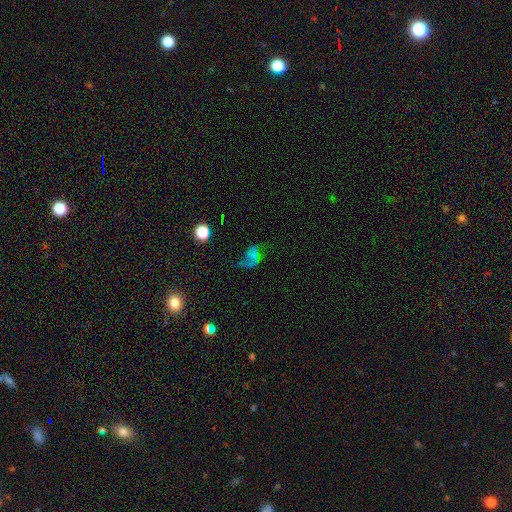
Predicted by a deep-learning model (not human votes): smooth_or_featured: featured or disk (p=0.50) [alt: smooth p=0.29]
disk_edge_on: no (p=0.97) [alt: yes p=0.03]
merging: major disturbance (p=0.47) [alt: none p=0.30]